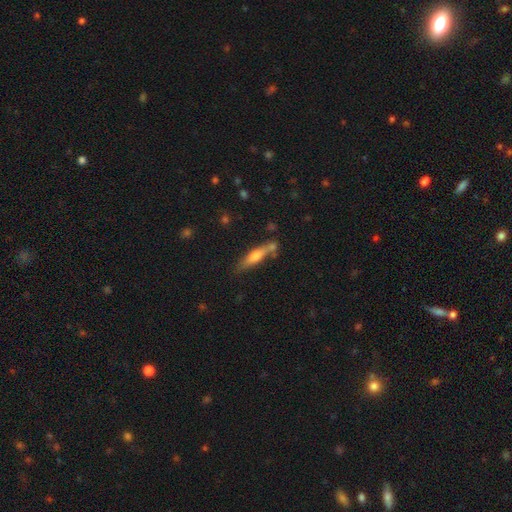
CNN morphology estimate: Smooth or featured? Predicted: smooth (p=0.55). How rounded? Predicted: cigar-shaped (p=0.78). Merging? Predicted: none (p=0.64).